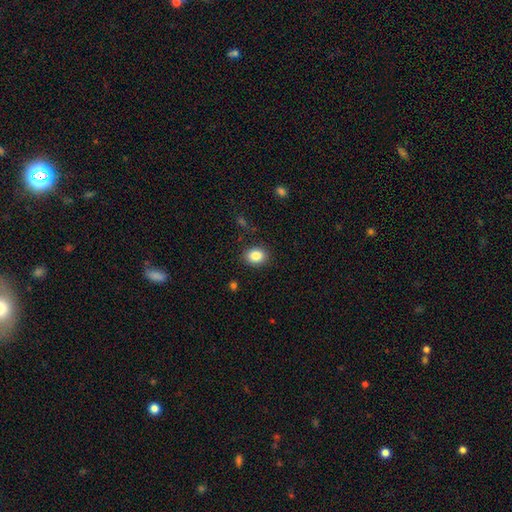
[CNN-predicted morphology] Smooth or featured? smooth (86%)
How rounded? in between (60%)
Merging? none (88%)